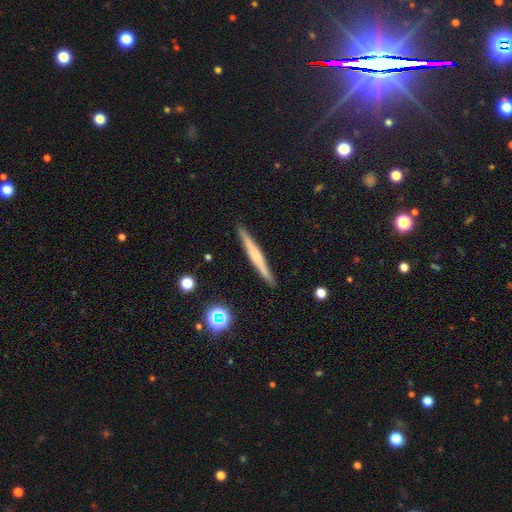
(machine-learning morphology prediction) Q: Smooth or featured?
A: featured or disk (55%); runner-up: smooth (37%)
Q: Edge-on disk?
A: yes (97%); runner-up: no (3%)
Q: Edge-on bulge?
A: rounded (44%); runner-up: none (41%)
Q: Merging?
A: none (91%); runner-up: minor disturbance (6%)